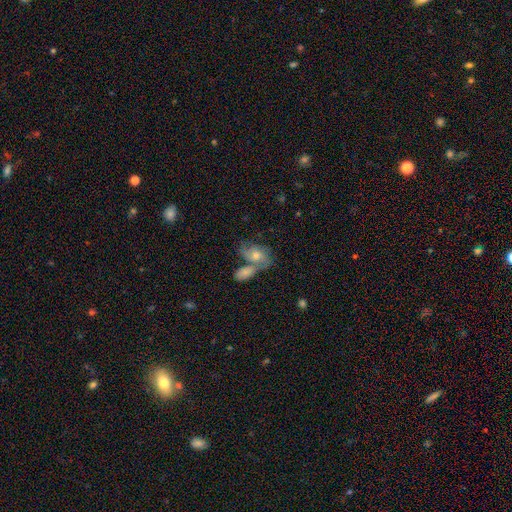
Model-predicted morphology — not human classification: This is possibly a featured or disk galaxy (49%). Merging: marginally merger (39%).